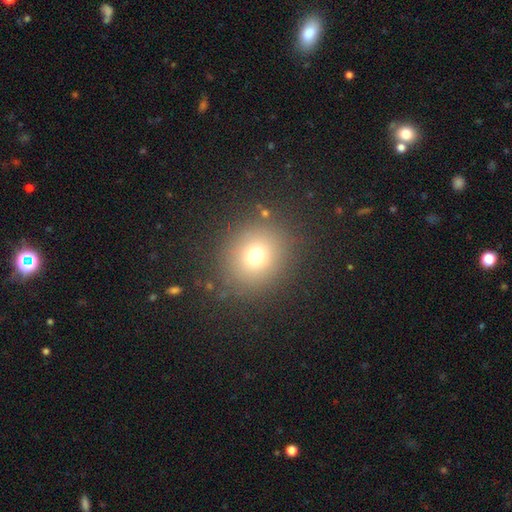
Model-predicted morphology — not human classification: smooth-or-featured: smooth: 72% | star or artifact: 17% | featured or disk: 10%
  how-rounded: round: 85% | in between: 14% | cigar-shaped: 1%
  merging: none: 86% | minor disturbance: 8% | major disturbance: 4% | merger: 2%